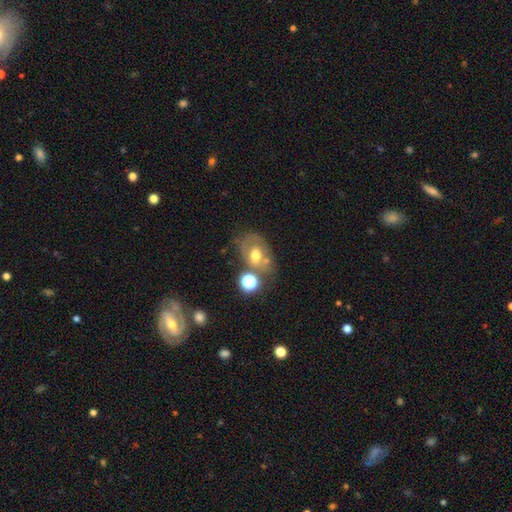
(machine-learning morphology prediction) smooth_or_featured: smooth (p=0.50) [alt: featured or disk p=0.36]
how_rounded: in between (p=0.68) [alt: round p=0.31]
merging: none (p=0.45) [alt: merger p=0.23]